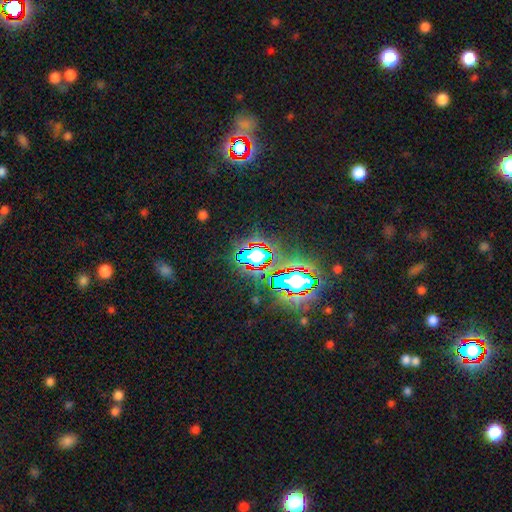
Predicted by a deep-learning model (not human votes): Q: Smooth or featured?
A: star or artifact (72%); runner-up: smooth (17%)